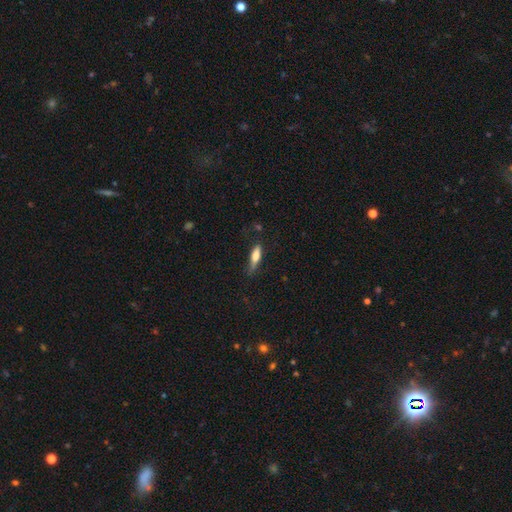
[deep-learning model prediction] Q: Smooth or featured?
A: smooth (69%); runner-up: featured or disk (25%)
Q: How rounded?
A: cigar-shaped (62%); runner-up: in between (36%)
Q: Merging?
A: none (64%); runner-up: minor disturbance (26%)